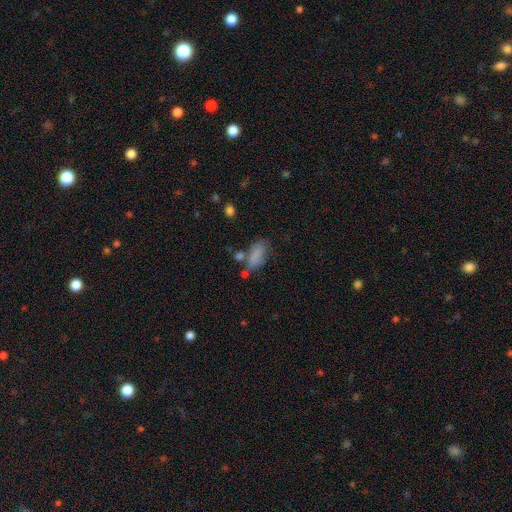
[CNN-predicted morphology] smooth-or-featured: smooth: 77% | featured or disk: 13% | star or artifact: 11%
  how-rounded: in between: 81% | cigar-shaped: 15% | round: 4%
  merging: none: 43% | minor disturbance: 25% | merger: 17% | major disturbance: 15%